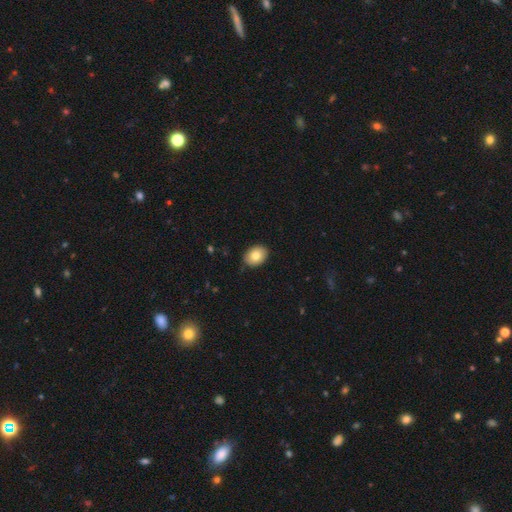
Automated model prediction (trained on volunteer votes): Q: Smooth or featured?
A: smooth (80%); runner-up: featured or disk (12%)
Q: How rounded?
A: in between (67%); runner-up: round (32%)
Q: Merging?
A: none (86%); runner-up: minor disturbance (11%)